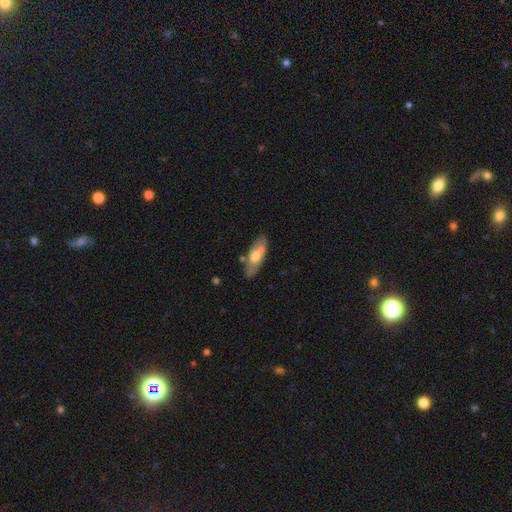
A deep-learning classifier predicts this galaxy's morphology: smooth_or_featured: featured or disk (p=0.47) [tied with: smooth p=0.47]
merging: none (p=0.66) [alt: minor disturbance p=0.17]